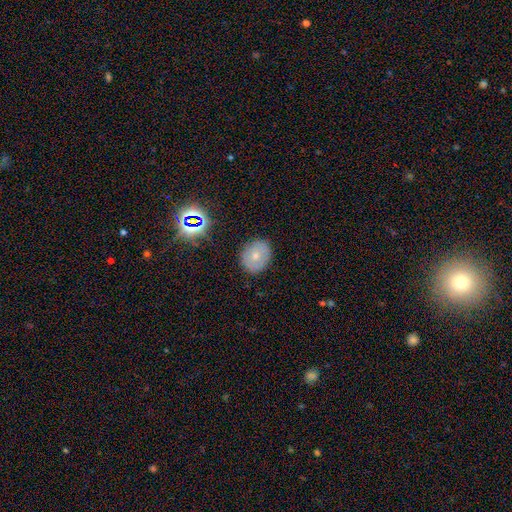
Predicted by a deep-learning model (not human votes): Q: Smooth or featured?
A: smooth (60%); runner-up: featured or disk (27%)
Q: How rounded?
A: round (56%); runner-up: in between (43%)
Q: Merging?
A: none (83%); runner-up: minor disturbance (13%)